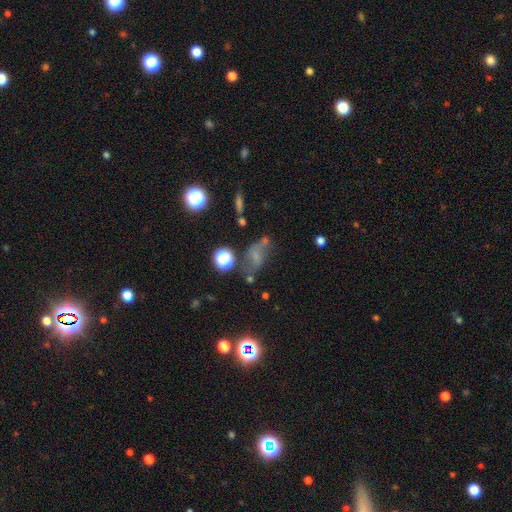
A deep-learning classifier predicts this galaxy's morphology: The model was most divided on "merging": none: 44%, minor disturbance: 23%, major disturbance: 19%, merger: 14%. More confident: how rounded — in between (72%); smooth or featured — smooth (50%).